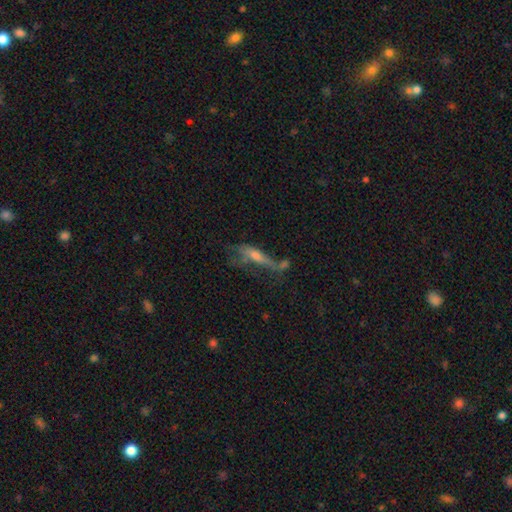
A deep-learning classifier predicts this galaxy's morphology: Overall: featured or disk (51%; smooth 37%). Edge-on disk: yes (52%; no 48%). Merging: major disturbance (33%; none 28%).